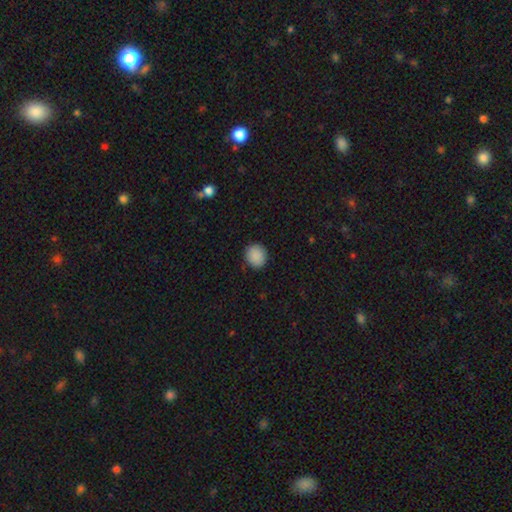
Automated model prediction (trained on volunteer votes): smooth-or-featured: smooth: 89% | star or artifact: 8% | featured or disk: 3%
  how-rounded: round: 81% | in between: 18% | cigar-shaped: 1%
  merging: none: 88% | minor disturbance: 9% | major disturbance: 2% | merger: 1%